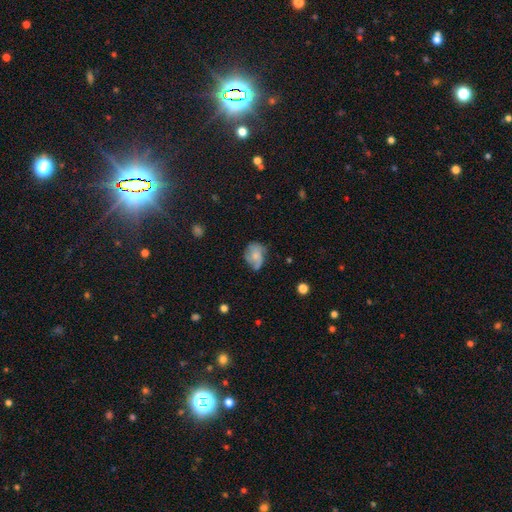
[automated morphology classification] A featured or disk galaxy (48%). Merging: none (51%).